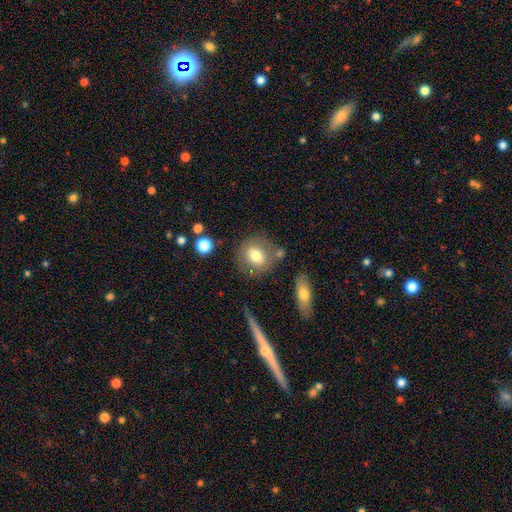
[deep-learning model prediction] Smooth or featured? smooth (74%)
How rounded? round (66%)
Merging? none (69%)